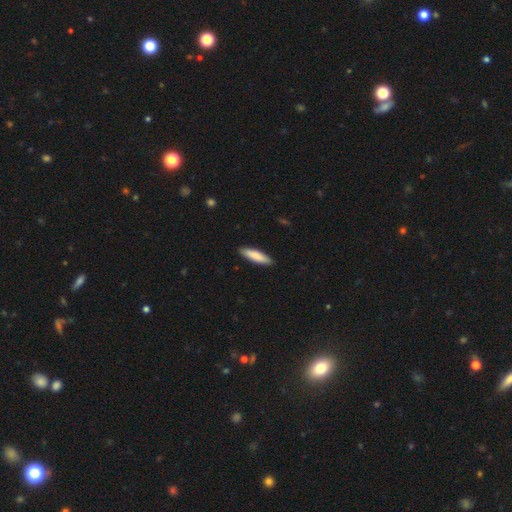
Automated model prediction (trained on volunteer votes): Smooth or featured: smooth — 84% (featured or disk — 11%)
How rounded: cigar-shaped — 73% (in between — 25%)
Merging: none — 90% (minor disturbance — 7%)